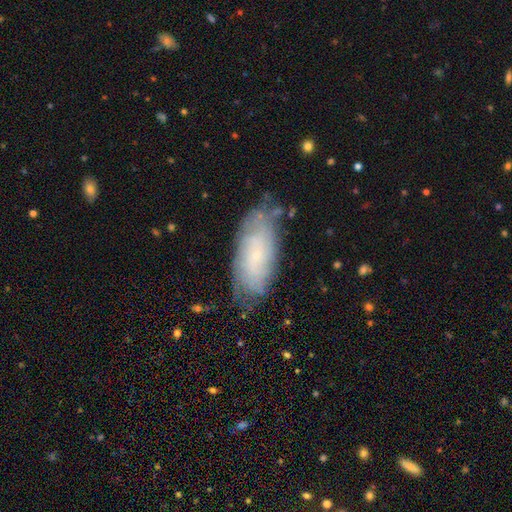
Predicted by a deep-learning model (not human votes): This appears to be a featured or disk galaxy (51%). Merging: none (74%).